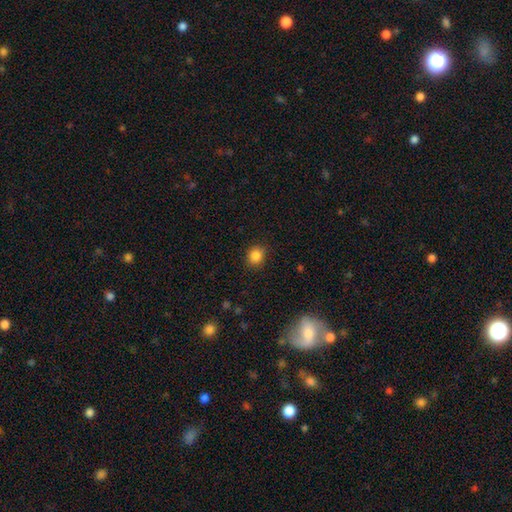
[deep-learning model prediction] Q: Smooth or featured?
A: smooth (85%); runner-up: star or artifact (11%)
Q: How rounded?
A: round (76%); runner-up: in between (23%)
Q: Merging?
A: none (87%); runner-up: minor disturbance (9%)